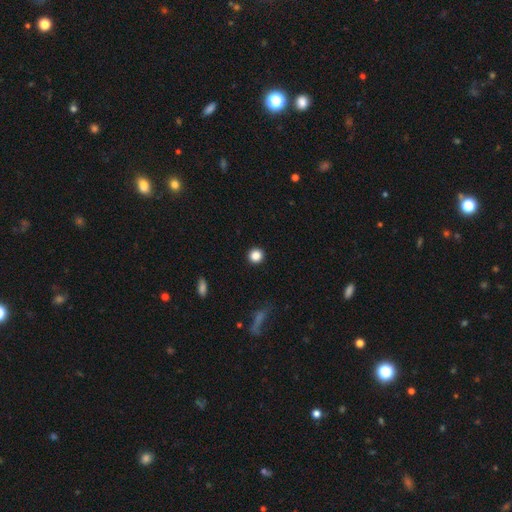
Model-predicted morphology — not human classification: A smooth galaxy with no disk features (86%) that is round (94%). Merging: none (92%).